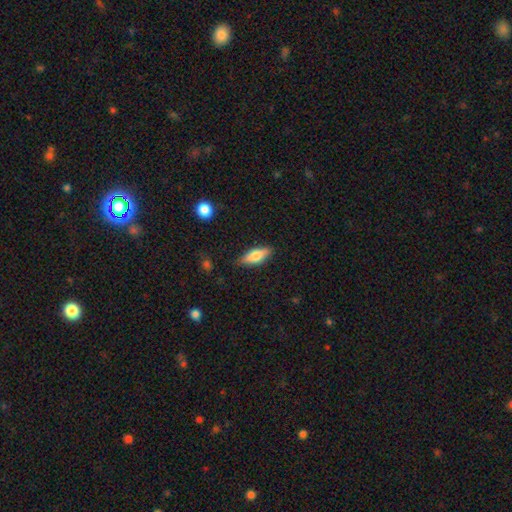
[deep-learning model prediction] smooth 68%, featured or disk 26%, star or artifact 6%. Down the decision tree: how rounded — in between (66%); merging — none (84%).